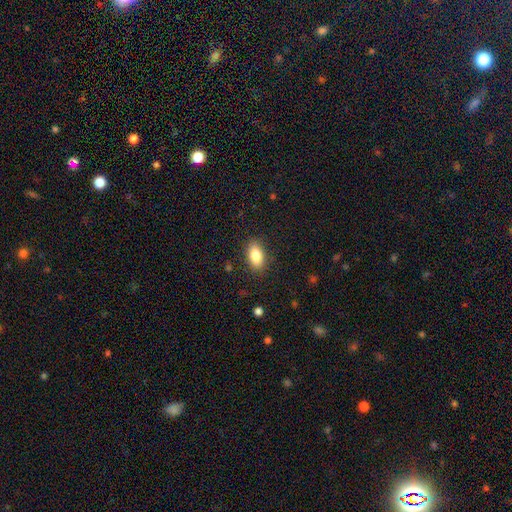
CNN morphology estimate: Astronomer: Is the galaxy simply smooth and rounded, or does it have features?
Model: smooth — 85%.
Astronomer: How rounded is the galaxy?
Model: in between — 90%.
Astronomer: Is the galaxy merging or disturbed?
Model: none — 86%.